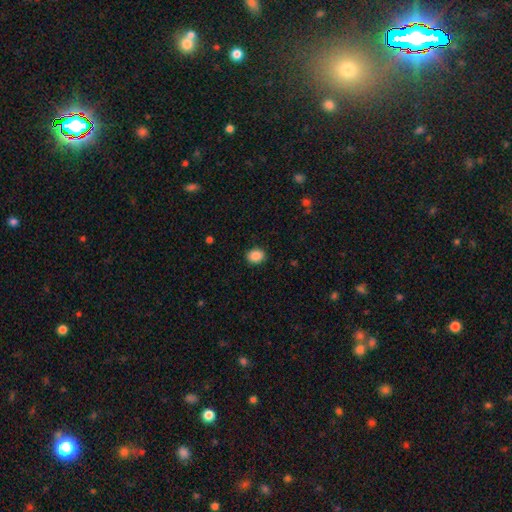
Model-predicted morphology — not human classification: This appears to be a smooth galaxy with no disk features (88%) that is round (50%). Merging: none (89%).